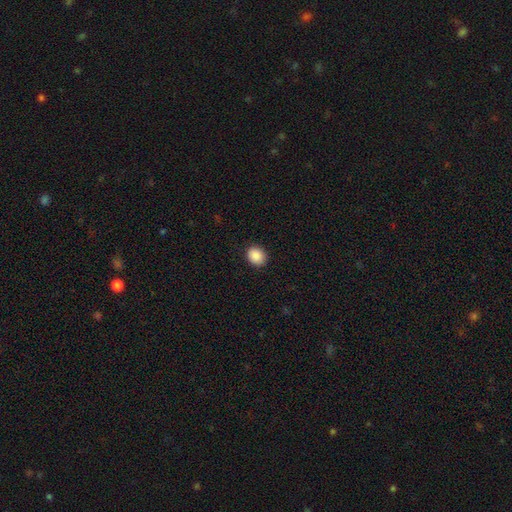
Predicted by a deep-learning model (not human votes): Smooth or featured: smooth — 89% (star or artifact — 8%)
How rounded: round — 59% (in between — 40%)
Merging: none — 90% (minor disturbance — 7%)